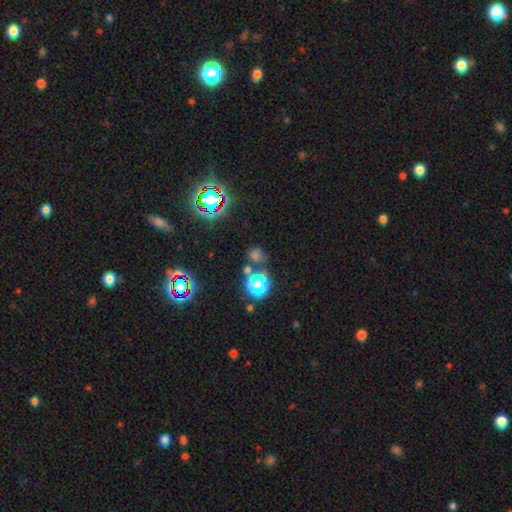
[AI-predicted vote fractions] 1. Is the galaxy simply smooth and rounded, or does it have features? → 57% smooth, 35% star or artifact, 8% featured or disk.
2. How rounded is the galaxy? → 84% round, 14% in between, 1% cigar-shaped.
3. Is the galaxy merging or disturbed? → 68% none, 17% merger, 10% minor disturbance, 5% major disturbance.